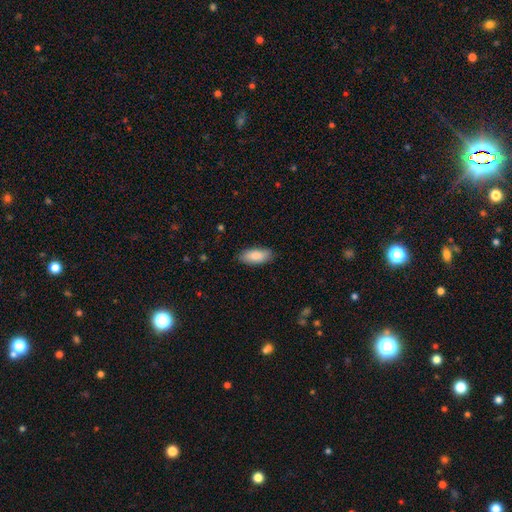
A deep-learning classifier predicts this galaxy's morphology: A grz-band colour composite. It shows a smooth galaxy with no disk features (87%) that is in between round and cigar-shaped (85%). Merging: none (87%).